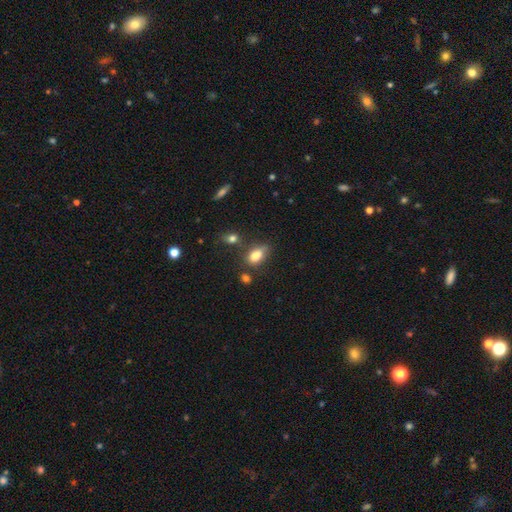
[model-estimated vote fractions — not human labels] This is clearly a smooth galaxy (80%). How rounded: clearly in between (85%). Merging: possibly none (53%).